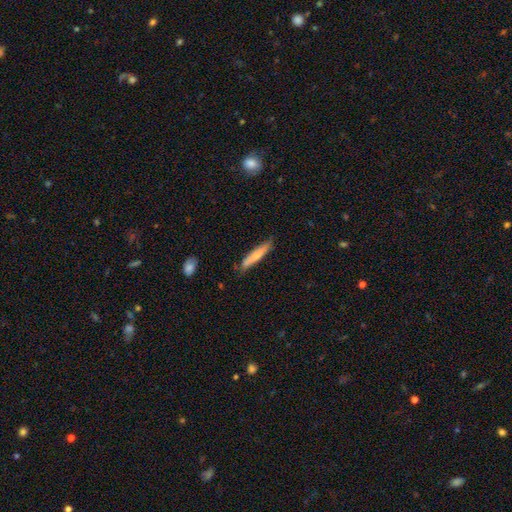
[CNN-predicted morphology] smooth 66%, featured or disk 29%, star or artifact 6%. Down the decision tree: how rounded — cigar-shaped (89%); merging — none (80%).